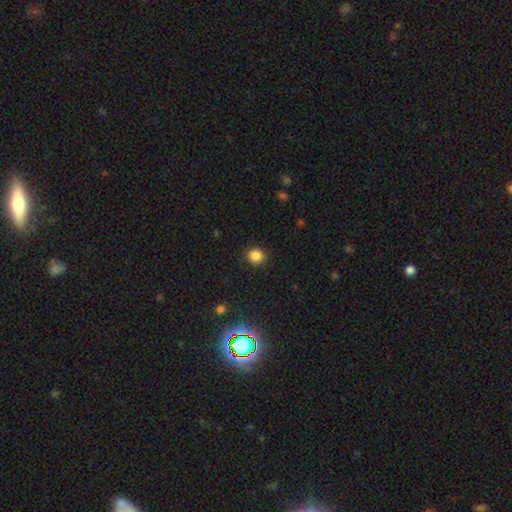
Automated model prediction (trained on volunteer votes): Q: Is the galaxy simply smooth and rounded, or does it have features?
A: smooth — 85%.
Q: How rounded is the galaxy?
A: round — 90%.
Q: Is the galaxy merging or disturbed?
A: none — 90%.